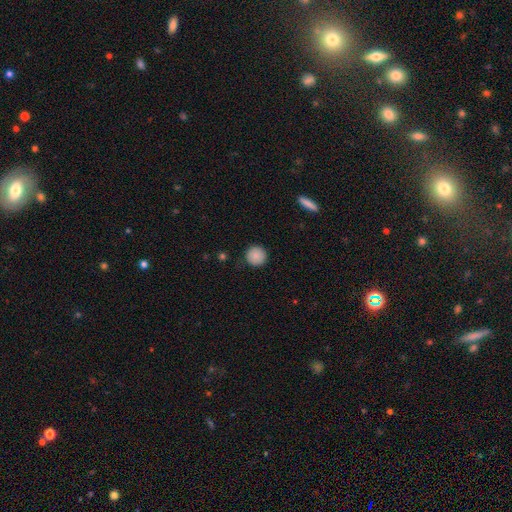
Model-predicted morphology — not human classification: type=smooth (88%); roundness=round (95%); merging=none (88%).